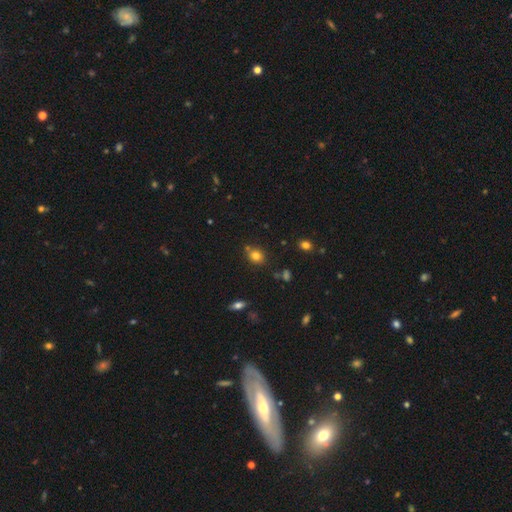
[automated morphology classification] Smooth or featured? smooth (78%)
How rounded? round (66%)
Merging? none (72%)